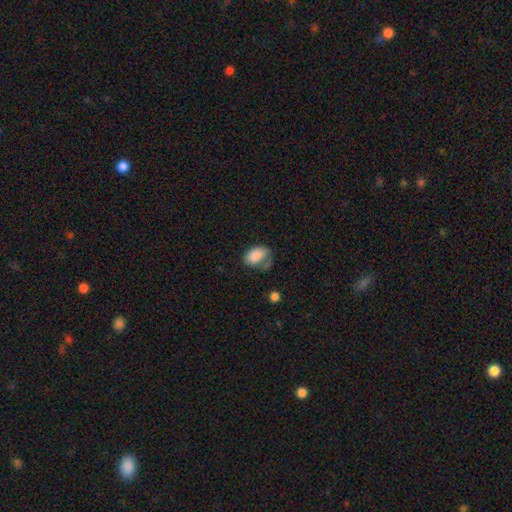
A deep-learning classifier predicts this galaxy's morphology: Smooth or featured? smooth (83%)
How rounded? in between (88%)
Merging? none (41%)